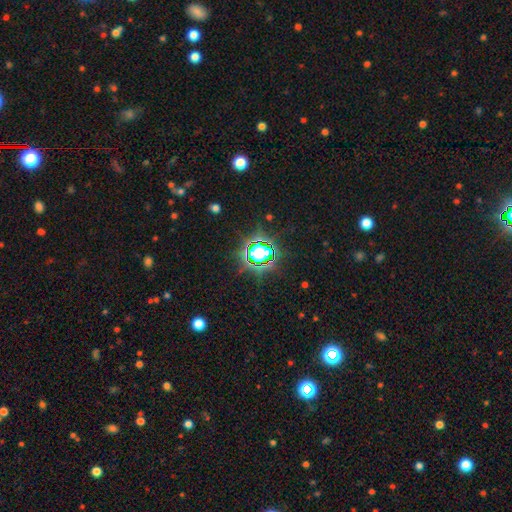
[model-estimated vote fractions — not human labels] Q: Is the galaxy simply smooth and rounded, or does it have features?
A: star or artifact — 70%.